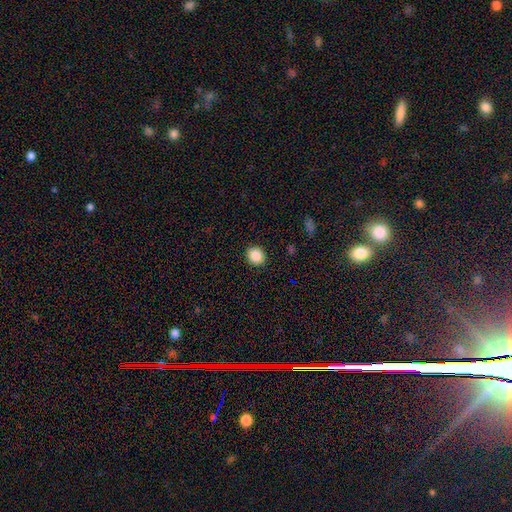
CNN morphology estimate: smooth-or-featured: smooth: 88% | star or artifact: 9% | featured or disk: 3%
  how-rounded: round: 76% | in between: 23% | cigar-shaped: 1%
  merging: none: 91% | minor disturbance: 6% | major disturbance: 2% | merger: 1%